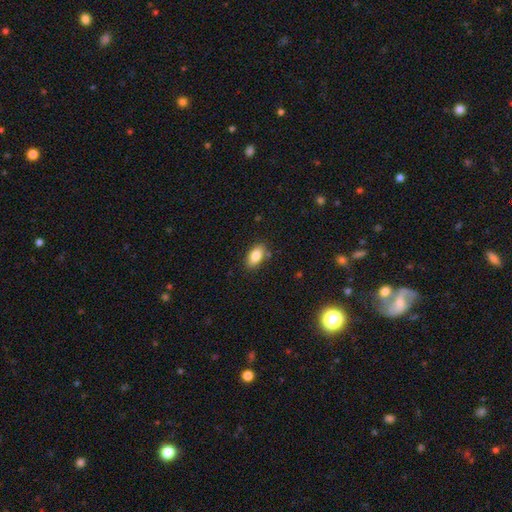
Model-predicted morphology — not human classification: A smooth galaxy with no disk features (83%) that is in between round and cigar-shaped (91%).

Vote fractions:
- Smooth or featured? smooth: 83% / featured or disk: 10% / star or artifact: 8%
- How rounded? in between: 91% / cigar-shaped: 5% / round: 5%
- Merging? none: 83% / minor disturbance: 12% / merger: 3% / major disturbance: 2%